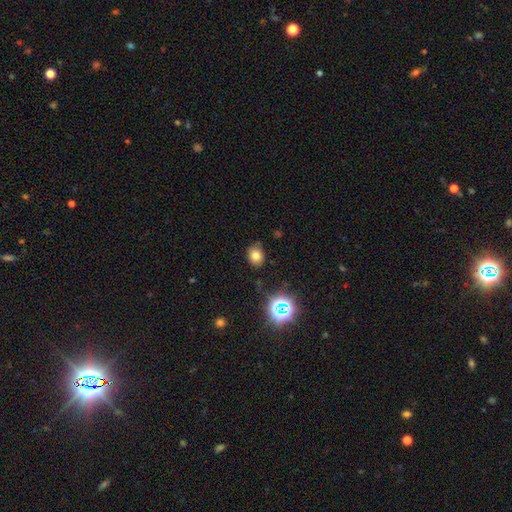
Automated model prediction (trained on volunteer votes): Q: Smooth or featured?
A: smooth (73%); runner-up: star or artifact (18%)
Q: How rounded?
A: round (51%); runner-up: in between (48%)
Q: Merging?
A: none (80%); runner-up: minor disturbance (14%)